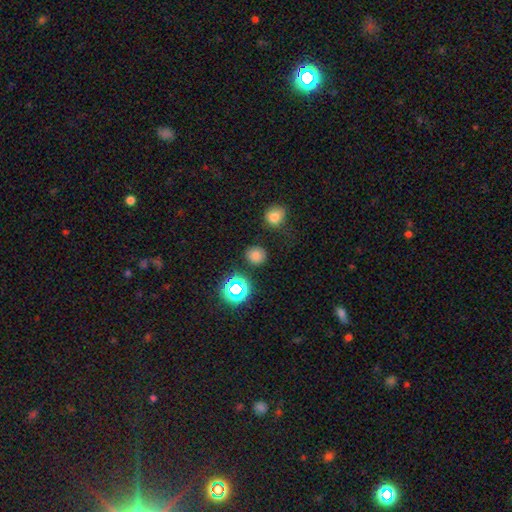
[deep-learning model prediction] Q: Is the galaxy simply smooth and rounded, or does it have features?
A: smooth — 73%.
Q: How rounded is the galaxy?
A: round — 88%.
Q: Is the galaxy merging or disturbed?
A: none — 85%.